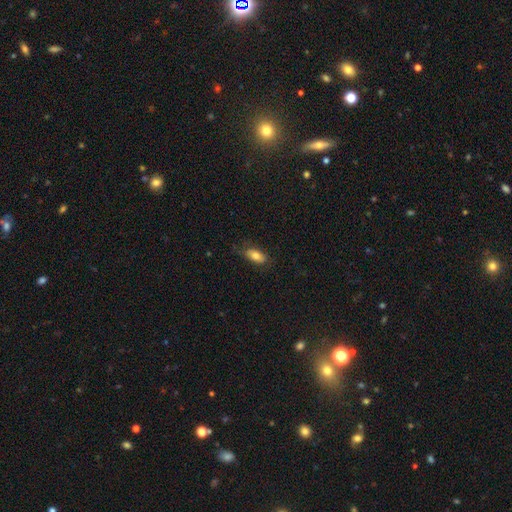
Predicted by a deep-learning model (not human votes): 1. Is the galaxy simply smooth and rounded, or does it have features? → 78% smooth, 15% featured or disk, 7% star or artifact.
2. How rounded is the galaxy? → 86% in between, 11% cigar-shaped, 3% round.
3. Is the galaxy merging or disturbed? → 76% none, 18% minor disturbance, 5% major disturbance, 1% merger.